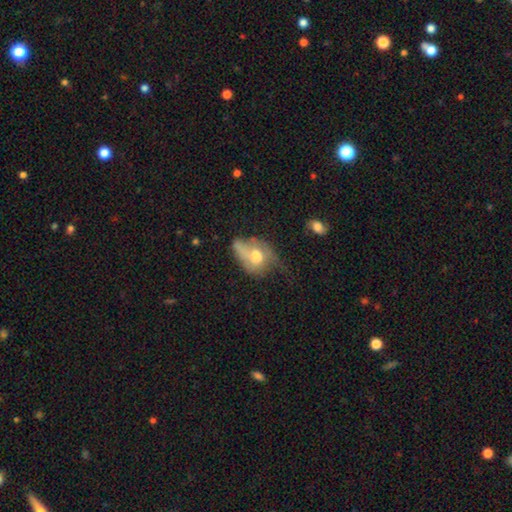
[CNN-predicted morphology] Smooth or featured?
  - featured or disk: 45% *
  - smooth: 44%
  - star or artifact: 10%
Merging?
  - major disturbance: 35% *
  - minor disturbance: 30%
  - none: 28%
  - merger: 7%